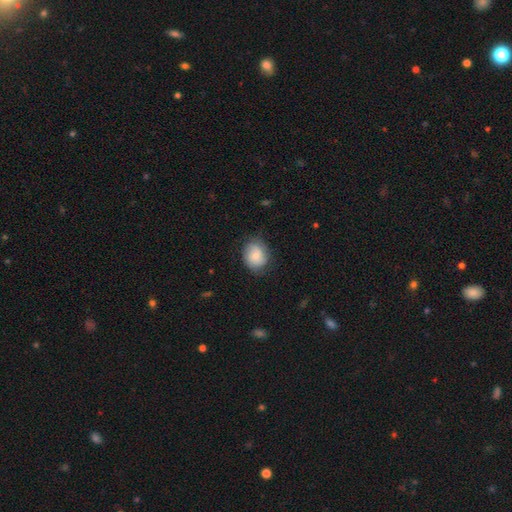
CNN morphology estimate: A smooth galaxy with no disk features (73%) that is round (58%).

Vote fractions:
- Smooth or featured? smooth: 73% / featured or disk: 20% / star or artifact: 7%
- How rounded? round: 58% / in between: 41% / cigar-shaped: 1%
- Merging? none: 74% / minor disturbance: 19% / major disturbance: 6% / merger: 1%